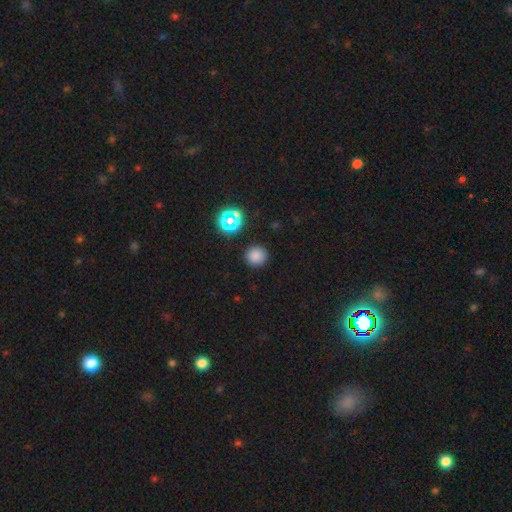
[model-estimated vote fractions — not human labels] Smooth or featured? smooth (78%)
How rounded? round (94%)
Merging? none (90%)